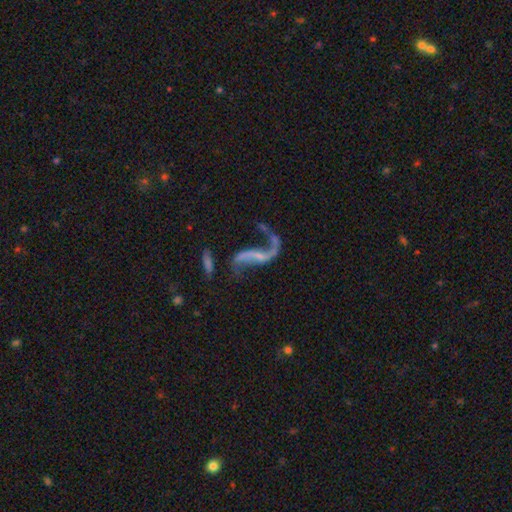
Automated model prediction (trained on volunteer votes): This is clearly a featured or disk galaxy (86%). It is clearly not viewed edge-on (95%). Bar: marginally no (40%). Spiral arm pattern: clearly yes (91%). Spiral arm count: clearly 2 (85%). Spiral winding: clearly loose (93%). Central bulge: possibly small (48%). Merging: possibly none (47%).